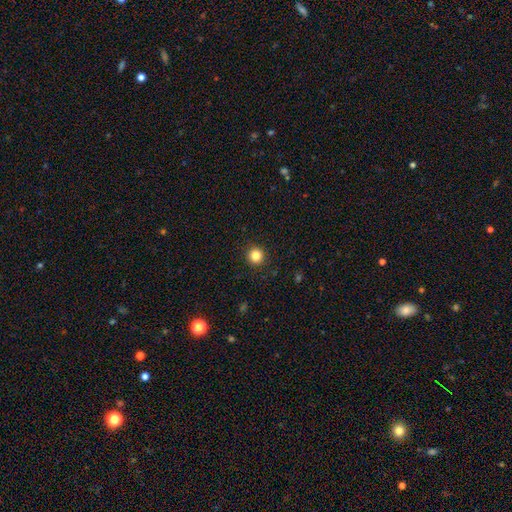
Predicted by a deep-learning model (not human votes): smooth 84%, star or artifact 11%, featured or disk 5%. Down the decision tree: how rounded — round (95%); merging — none (93%).